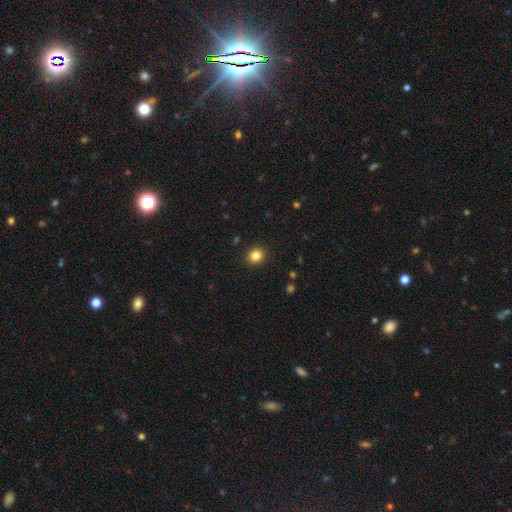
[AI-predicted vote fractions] smooth-or-featured: smooth: 84% | star or artifact: 12% | featured or disk: 5%
  how-rounded: round: 82% | in between: 17% | cigar-shaped: 1%
  merging: none: 91% | minor disturbance: 6% | major disturbance: 2% | merger: 1%